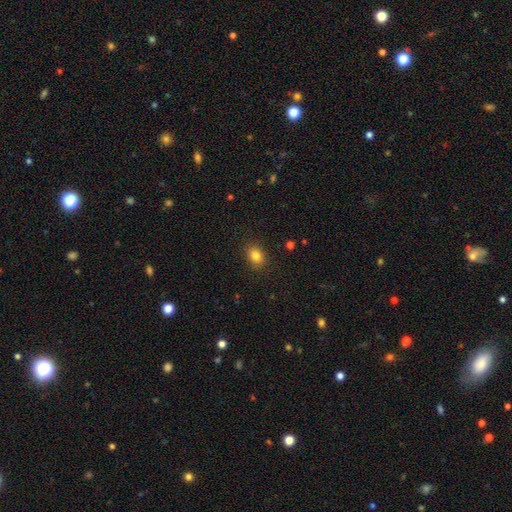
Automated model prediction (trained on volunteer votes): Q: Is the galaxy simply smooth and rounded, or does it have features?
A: smooth — 82%.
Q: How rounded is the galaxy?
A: in between — 60%.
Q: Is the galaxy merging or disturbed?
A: none — 88%.